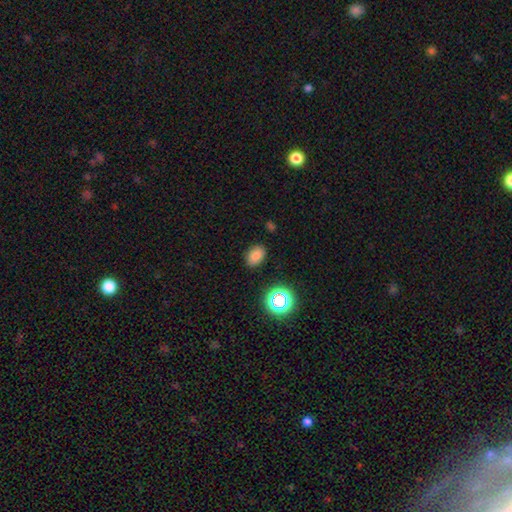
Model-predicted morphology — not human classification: smooth_or_featured: smooth (p=0.79) [alt: star or artifact p=0.15]
how_rounded: in between (p=0.83) [alt: round p=0.16]
merging: none (p=0.86) [alt: minor disturbance p=0.10]